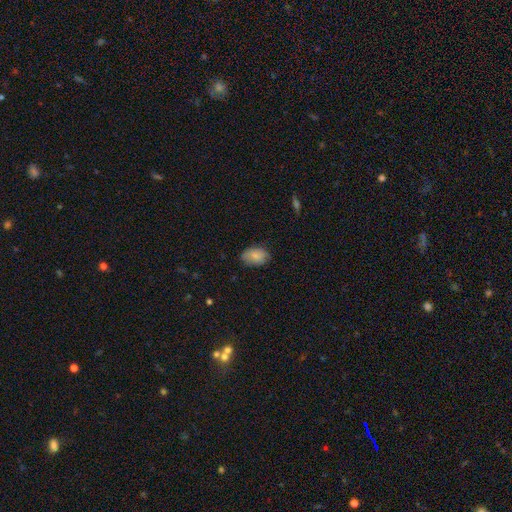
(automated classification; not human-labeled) This is clearly a smooth galaxy (82%). How rounded: clearly in between (85%). Merging: likely none (71%).